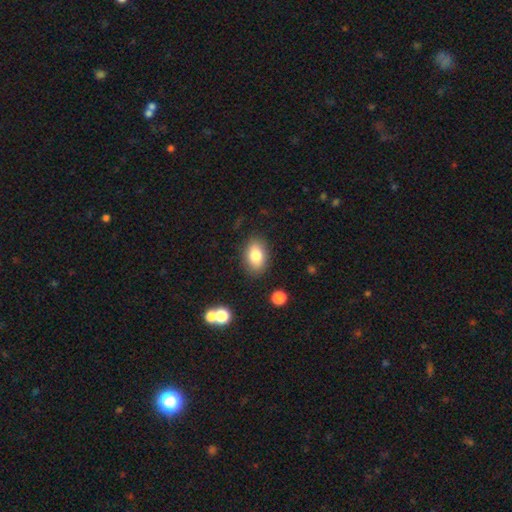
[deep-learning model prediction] This is clearly a smooth galaxy (80%). How rounded: clearly in between (85%). Merging: clearly none (85%).